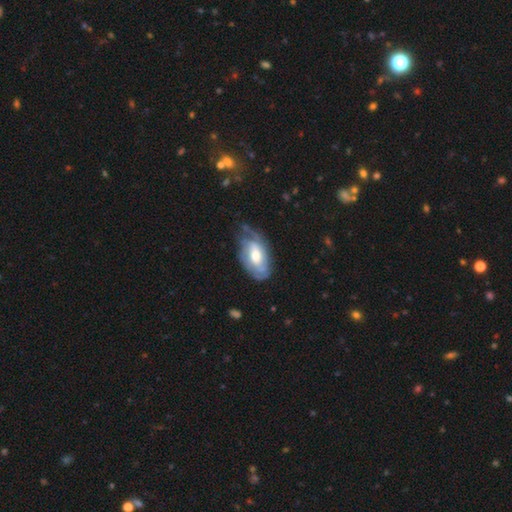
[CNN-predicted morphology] Smooth or featured? featured or disk (75%)
Edge-on disk? no (94%)
Bar? no (50%)
Spiral arms? yes (88%)
Spiral winding? tight (54%)
Spiral arm count? can't tell (39%)
Bulge size? moderate (68%)
Merging? none (58%)